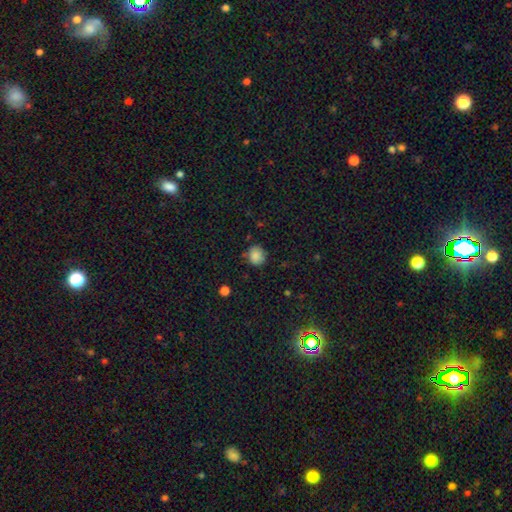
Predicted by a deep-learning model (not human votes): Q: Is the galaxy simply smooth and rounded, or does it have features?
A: smooth — 85%.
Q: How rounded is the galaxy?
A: round — 78%.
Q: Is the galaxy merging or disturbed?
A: none — 76%.